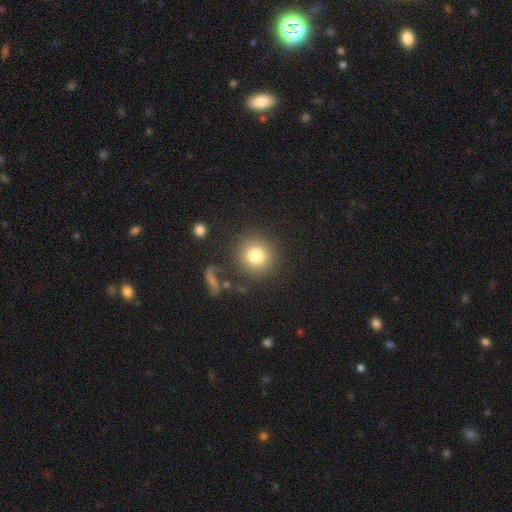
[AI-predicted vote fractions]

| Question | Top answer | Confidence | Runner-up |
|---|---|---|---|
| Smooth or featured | smooth | 79% | star or artifact (10%) |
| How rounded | round | 91% | in between (8%) |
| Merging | none | 84% | minor disturbance (8%) |